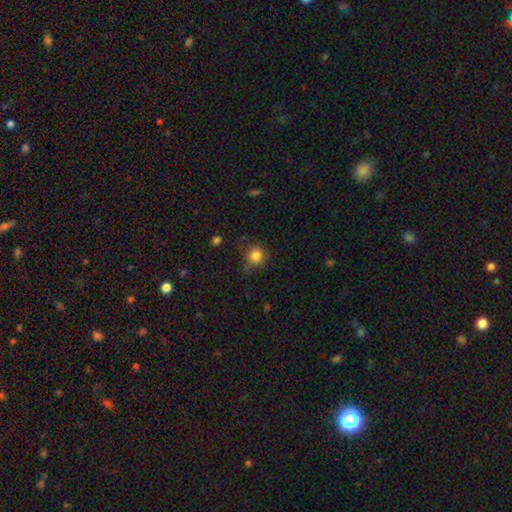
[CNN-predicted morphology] smooth_or_featured: smooth (p=0.82) [alt: star or artifact p=0.11]
how_rounded: round (p=0.90) [alt: in between p=0.09]
merging: none (p=0.68) [alt: minor disturbance p=0.22]